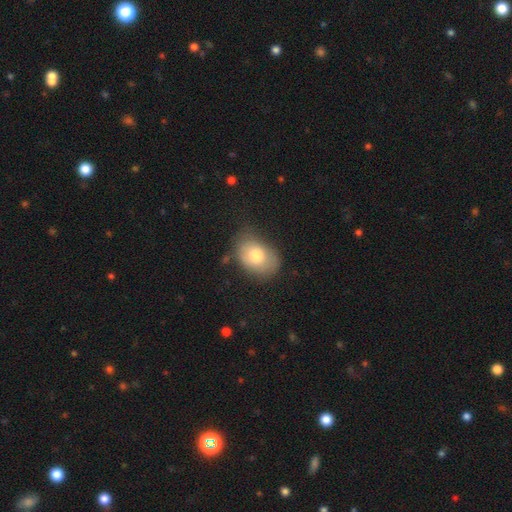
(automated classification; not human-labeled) smooth-or-featured: smooth: 76% | featured or disk: 16% | star or artifact: 7%
  how-rounded: in between: 80% | round: 19% | cigar-shaped: 1%
  merging: none: 63% | minor disturbance: 27% | major disturbance: 8% | merger: 2%